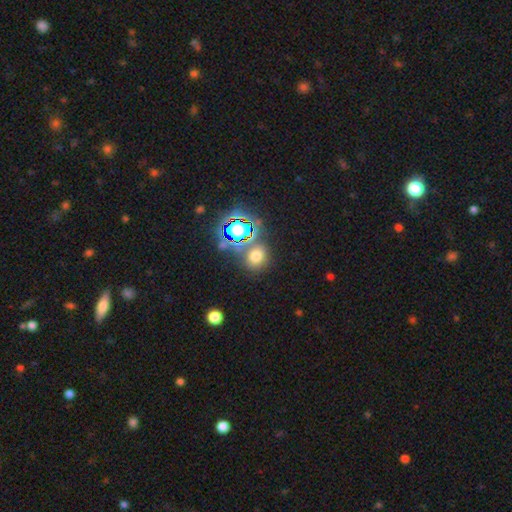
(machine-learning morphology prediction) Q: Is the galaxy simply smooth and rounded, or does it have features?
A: smooth — 61%.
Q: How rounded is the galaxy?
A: round — 71%.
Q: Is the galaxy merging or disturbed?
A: none — 74%.